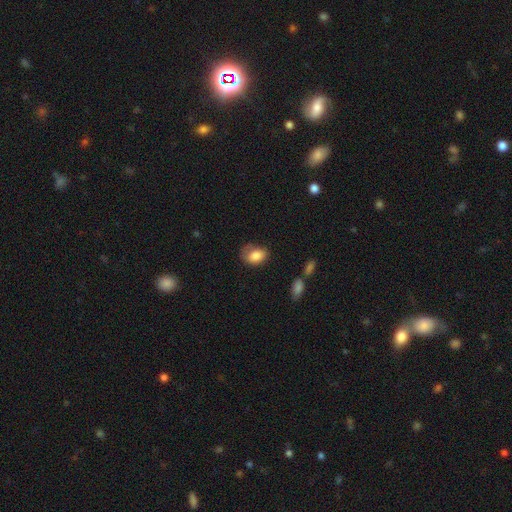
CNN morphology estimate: smooth-or-featured: smooth: 82% | featured or disk: 10% | star or artifact: 8%
  how-rounded: in between: 77% | round: 22% | cigar-shaped: 1%
  merging: none: 50% | minor disturbance: 34% | major disturbance: 14% | merger: 3%